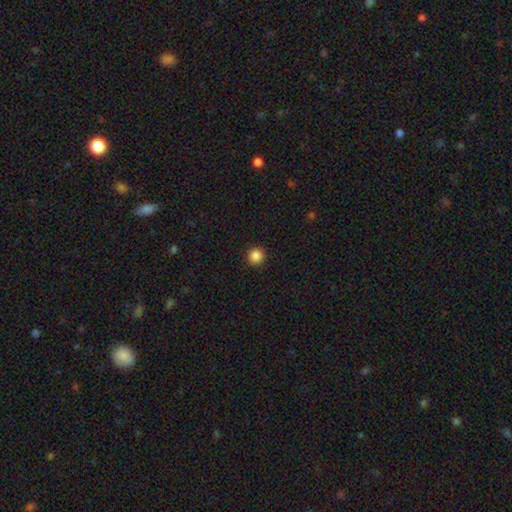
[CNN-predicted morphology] smooth 86%, star or artifact 11%, featured or disk 3%. Down the decision tree: how rounded — round (95%); merging — none (93%).